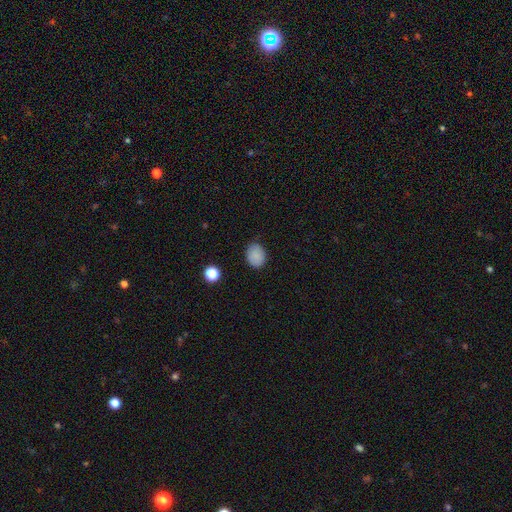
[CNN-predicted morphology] Smooth or featured? Predicted: smooth (p=0.85). How rounded? Predicted: in between (p=0.53). Merging? Predicted: none (p=0.81).